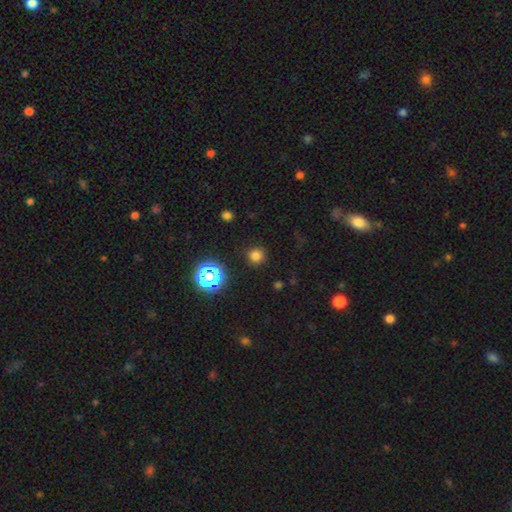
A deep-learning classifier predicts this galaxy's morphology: The model was most divided on "smooth or featured": smooth: 76%, star or artifact: 20%, featured or disk: 4%. More confident: how rounded — round (94%); merging — none (89%).